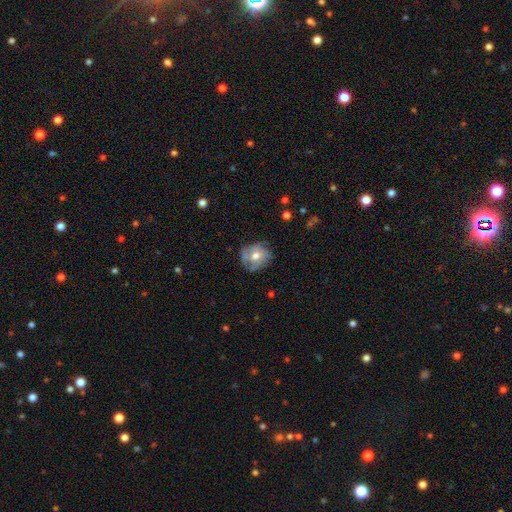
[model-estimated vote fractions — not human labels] This appears to be a featured or disk galaxy (46%). Merging: none (66%).